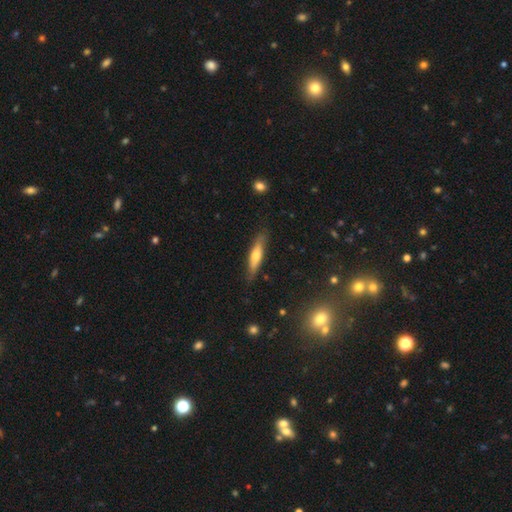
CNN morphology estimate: This is possibly a smooth galaxy (53%). How rounded: likely cigar-shaped (77%). Merging: clearly none (84%).